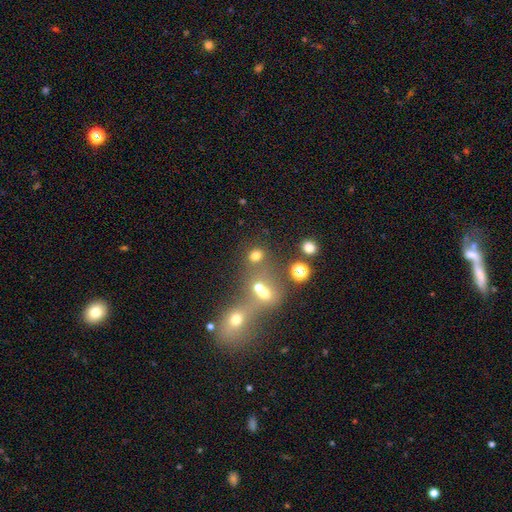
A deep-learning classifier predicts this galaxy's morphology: This is likely a smooth galaxy (70%). How rounded: likely round (74%). Merging: possibly none (56%).